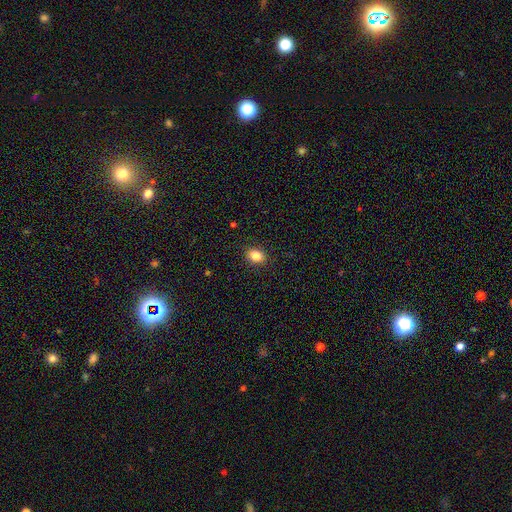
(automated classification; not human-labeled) Morphology: type=smooth (86%); roundness=in between (70%); merging=none (89%).